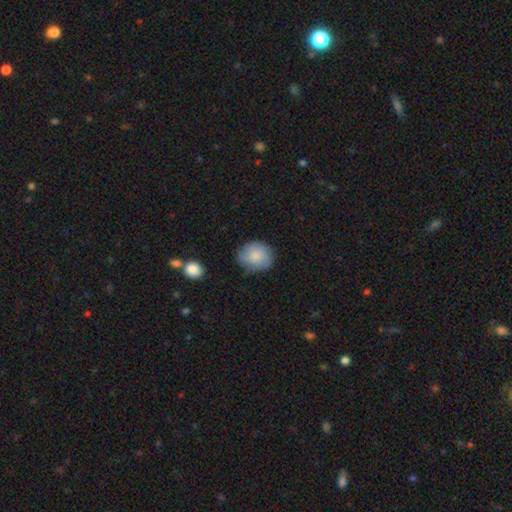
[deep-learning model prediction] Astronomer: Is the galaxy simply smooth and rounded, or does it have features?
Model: smooth — 78%.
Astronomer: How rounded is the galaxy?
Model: round — 65%.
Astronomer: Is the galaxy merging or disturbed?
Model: none — 72%.